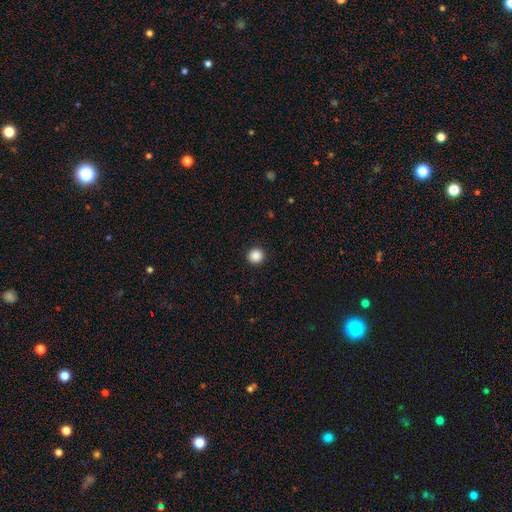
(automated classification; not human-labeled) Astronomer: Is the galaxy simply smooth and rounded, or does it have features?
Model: smooth — 87%.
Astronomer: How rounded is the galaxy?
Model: round — 94%.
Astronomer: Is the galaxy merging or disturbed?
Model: none — 93%.